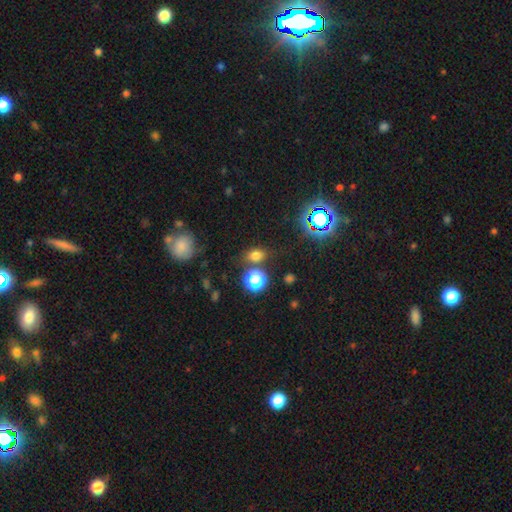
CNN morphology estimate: A smooth galaxy with no disk features (69%) that is in between round and cigar-shaped (57%). Merging: none (77%).